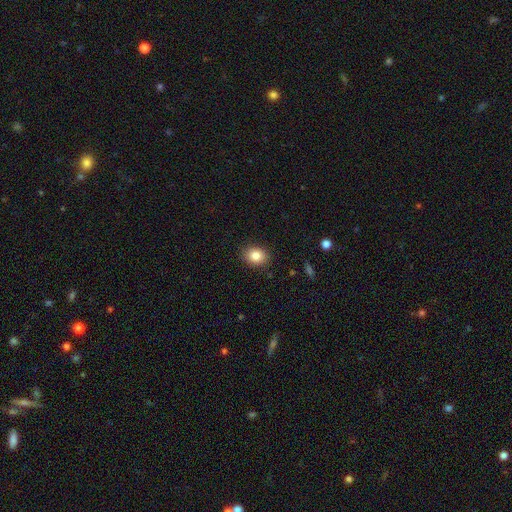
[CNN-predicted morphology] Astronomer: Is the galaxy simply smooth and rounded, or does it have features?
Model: smooth — 84%.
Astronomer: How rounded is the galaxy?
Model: in between — 50% (runner-up: round, 49%).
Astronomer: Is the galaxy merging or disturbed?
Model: none — 89%.